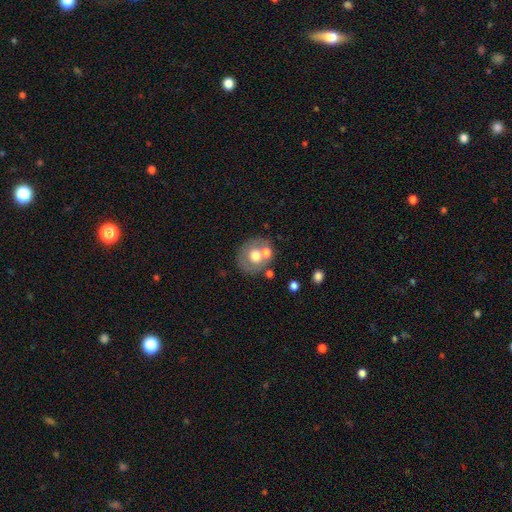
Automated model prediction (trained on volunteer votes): The model was most divided on "smooth or featured": smooth: 57%, featured or disk: 34%, star or artifact: 9%. More confident: how rounded — round (79%); merging — none (59%).